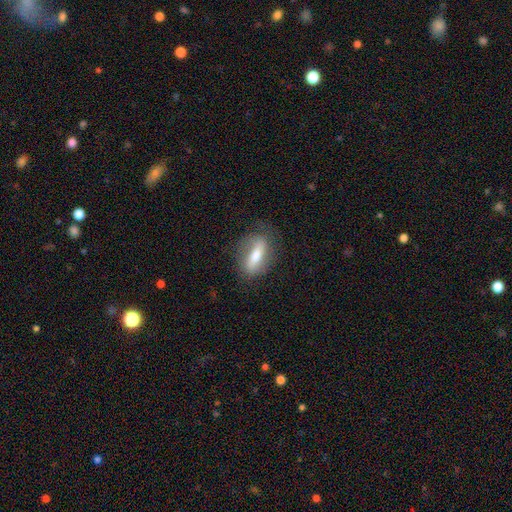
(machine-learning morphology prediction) Smooth or featured?
  - featured or disk: 49% *
  - smooth: 43%
  - star or artifact: 8%
Merging?
  - none: 76% *
  - minor disturbance: 16%
  - major disturbance: 6%
  - merger: 1%